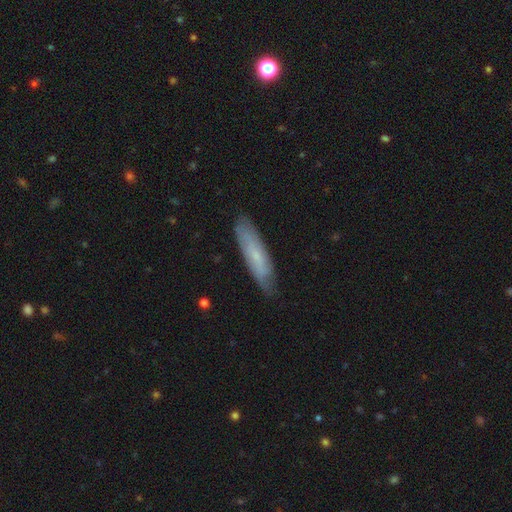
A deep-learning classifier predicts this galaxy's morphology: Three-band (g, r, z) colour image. It shows a smooth galaxy with no disk features (52%) that is cigar-shaped (70%). Merging: none (78%).